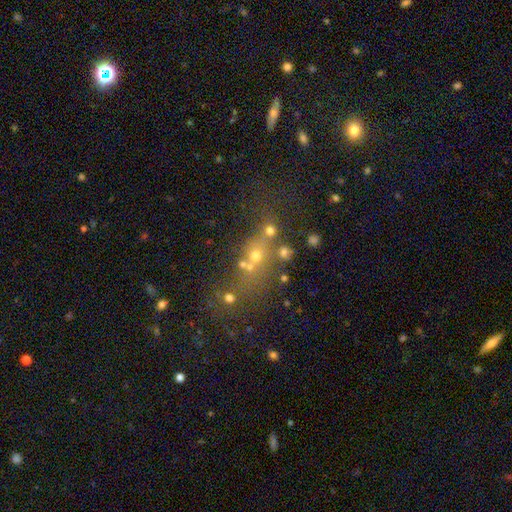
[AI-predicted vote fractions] smooth 40%, star or artifact 34%, featured or disk 26%. Down the decision tree: merging — none (45%).